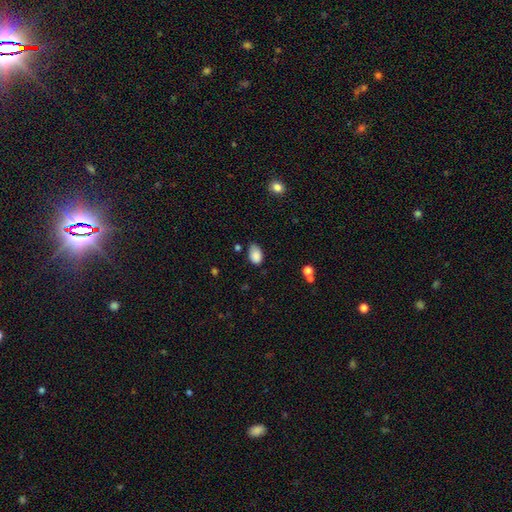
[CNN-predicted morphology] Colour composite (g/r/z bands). It shows a smooth galaxy with no disk features (87%) that is in between round and cigar-shaped (89%). Merging: none (62%).